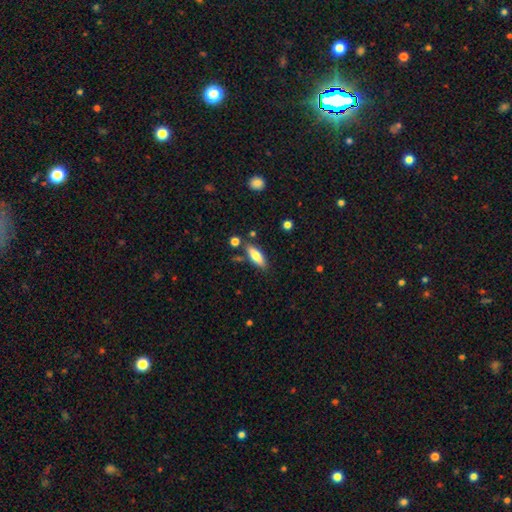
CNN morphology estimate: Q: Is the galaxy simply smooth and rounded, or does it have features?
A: smooth — 71%.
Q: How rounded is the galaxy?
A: in between — 58%.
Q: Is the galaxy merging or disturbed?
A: none — 77%.